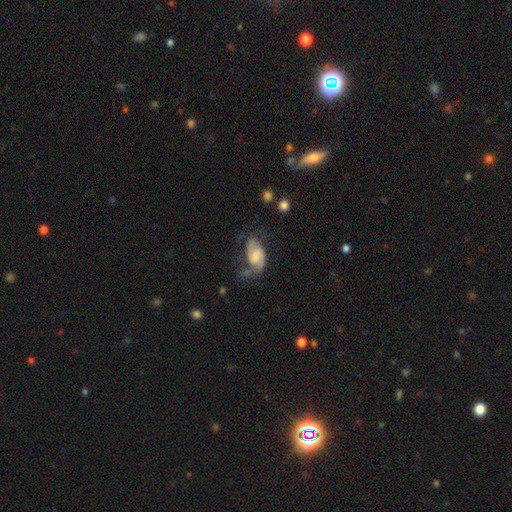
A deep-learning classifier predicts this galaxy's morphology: This is likely a featured or disk galaxy (69%). It is clearly not viewed edge-on (97%). Bar: possibly no (47%). Spiral arm pattern: clearly yes (91%). Spiral arm count: likely 2 (77%). Spiral winding: marginally medium (45%). Central bulge: marginally small (37%). Merging: marginally none (40%).